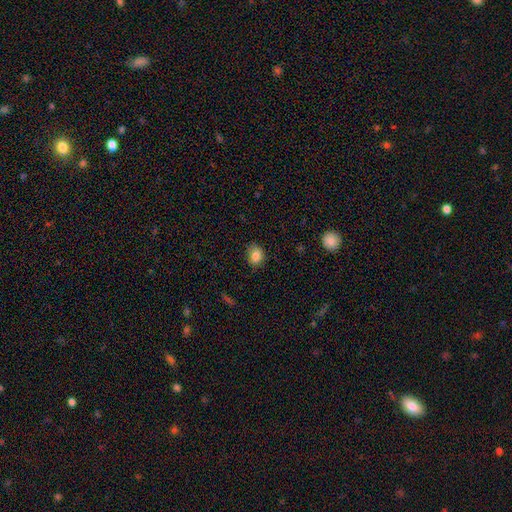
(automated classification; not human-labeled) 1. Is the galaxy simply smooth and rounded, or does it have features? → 83% smooth, 10% star or artifact, 7% featured or disk.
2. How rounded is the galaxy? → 50% in between, 49% round, 1% cigar-shaped.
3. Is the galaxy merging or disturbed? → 75% none, 20% minor disturbance, 4% major disturbance, 1% merger.